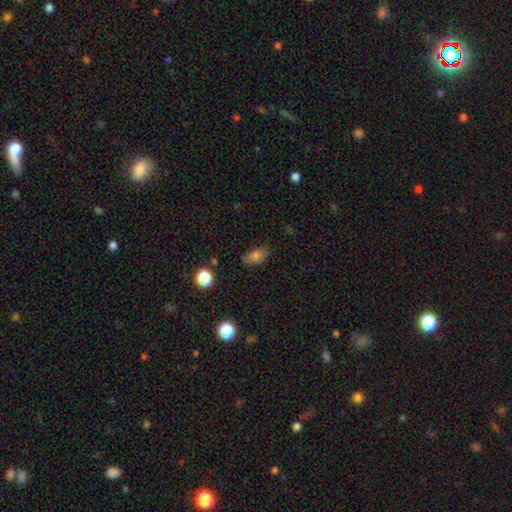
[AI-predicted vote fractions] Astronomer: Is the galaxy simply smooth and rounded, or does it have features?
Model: smooth — 73%.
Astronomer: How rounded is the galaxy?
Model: in between — 85%.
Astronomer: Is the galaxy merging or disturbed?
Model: none — 73%.